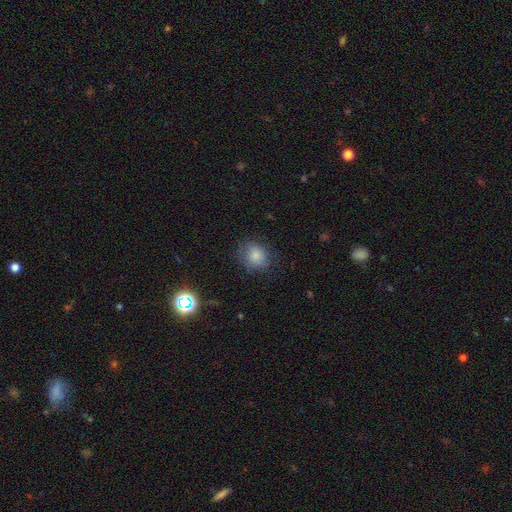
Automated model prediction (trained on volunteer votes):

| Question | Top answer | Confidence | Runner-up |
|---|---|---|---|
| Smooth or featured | smooth | 82% | star or artifact (10%) |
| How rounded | round | 60% | in between (39%) |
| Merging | none | 70% | minor disturbance (21%) |